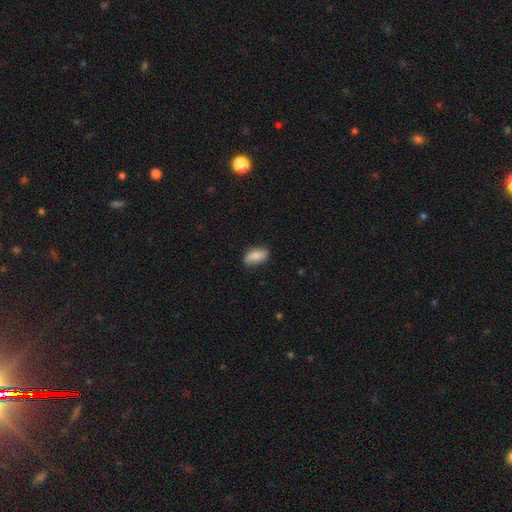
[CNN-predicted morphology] A smooth galaxy with no disk features (78%) that is in between round and cigar-shaped (90%).

Vote fractions:
- Smooth or featured? smooth: 78% / featured or disk: 16% / star or artifact: 7%
- How rounded? in between: 90% / cigar-shaped: 5% / round: 5%
- Merging? none: 80% / minor disturbance: 16% / major disturbance: 3% / merger: 1%